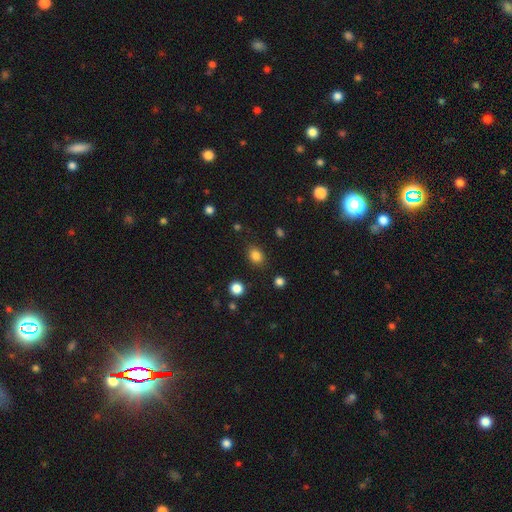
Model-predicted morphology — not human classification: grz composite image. It shows a smooth galaxy with no disk features (84%) that is in between round and cigar-shaped (55%). Merging: none (84%).